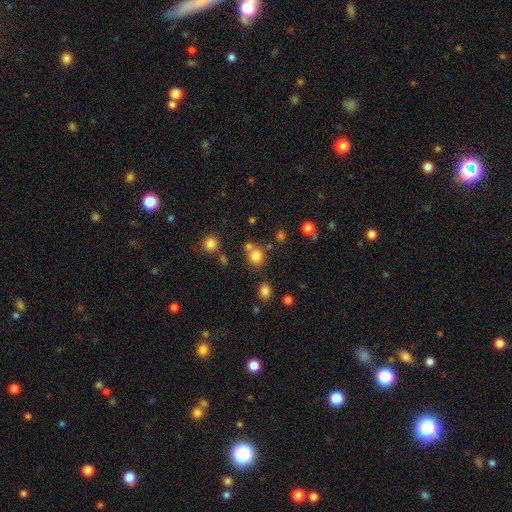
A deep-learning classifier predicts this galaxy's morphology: Smooth or featured? Predicted: smooth (p=0.78). How rounded? Predicted: round (p=0.81). Merging? Predicted: none (p=0.65).